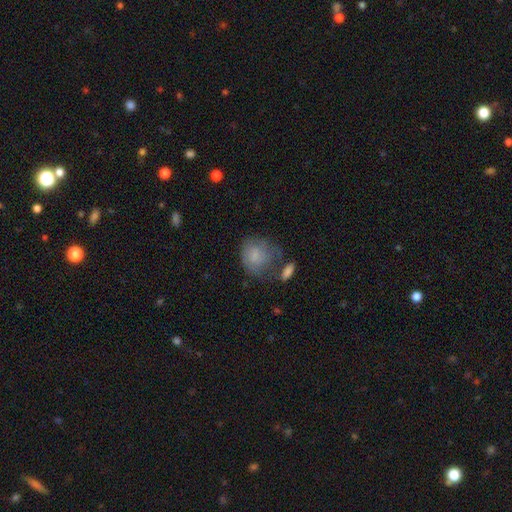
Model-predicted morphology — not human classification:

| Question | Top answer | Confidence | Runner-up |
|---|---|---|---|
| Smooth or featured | smooth | 76% | featured or disk (16%) |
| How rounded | round | 66% | in between (33%) |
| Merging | none | 41% | minor disturbance (27%) |